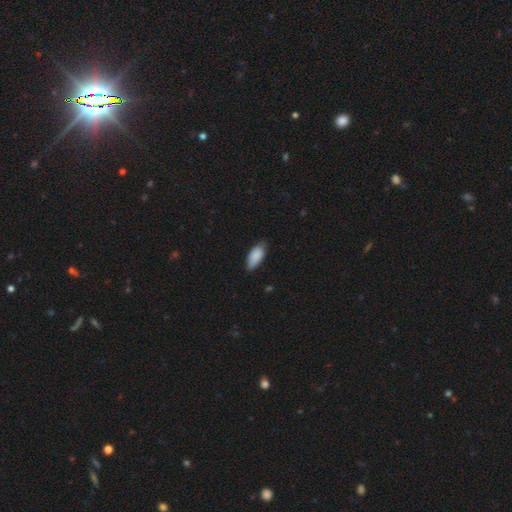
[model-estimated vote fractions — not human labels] Overall: smooth (87%). How rounded: in between (87%). Merging: none (68%).